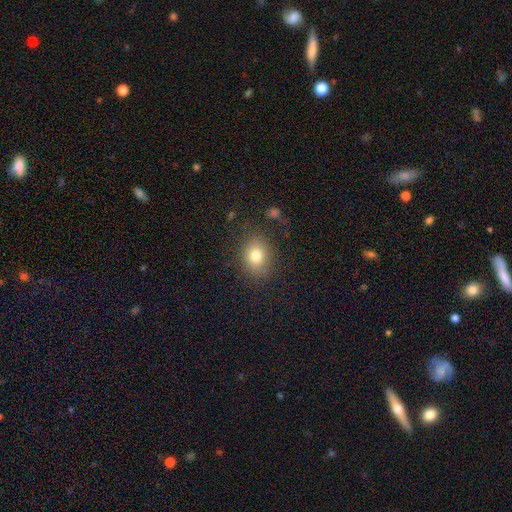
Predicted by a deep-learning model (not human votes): Smooth or featured? smooth (78%)
How rounded? round (50%)
Merging? none (81%)